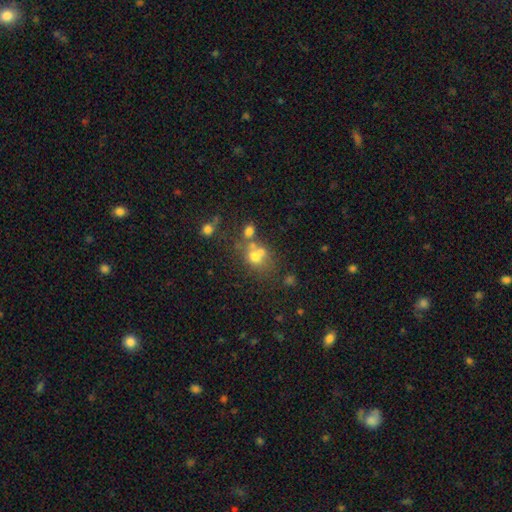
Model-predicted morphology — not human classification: Smooth or featured: smooth — 61% (featured or disk — 22%)
How rounded: round — 65% (in between — 34%)
Merging: merger — 42% (none — 38%)